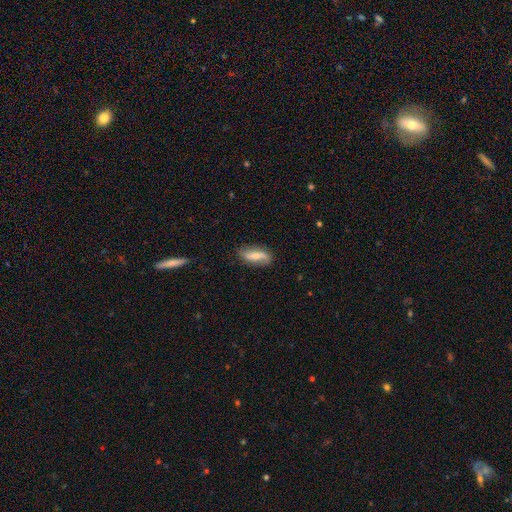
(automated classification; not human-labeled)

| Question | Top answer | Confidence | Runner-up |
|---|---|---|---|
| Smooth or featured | smooth | 54% | featured or disk (39%) |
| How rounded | in between | 72% | cigar-shaped (25%) |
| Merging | none | 73% | minor disturbance (20%) |